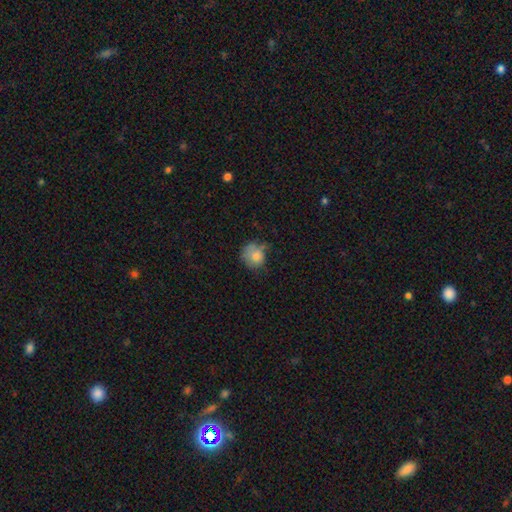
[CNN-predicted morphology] Smooth or featured: smooth — 76% (featured or disk — 15%)
How rounded: round — 77% (in between — 22%)
Merging: none — 48% (minor disturbance — 32%)